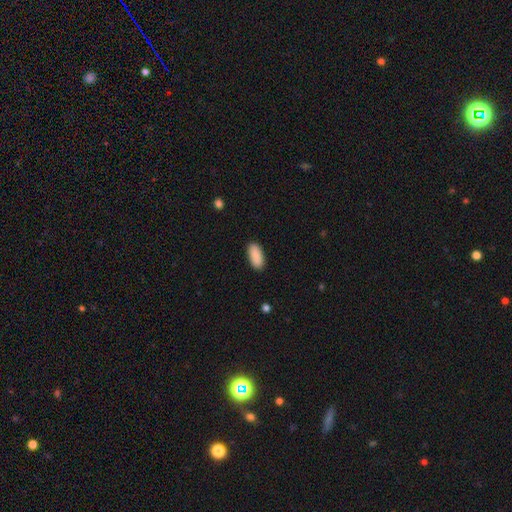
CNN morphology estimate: smooth 91%, star or artifact 6%, featured or disk 3%. Down the decision tree: how rounded — in between (86%); merging — none (90%).